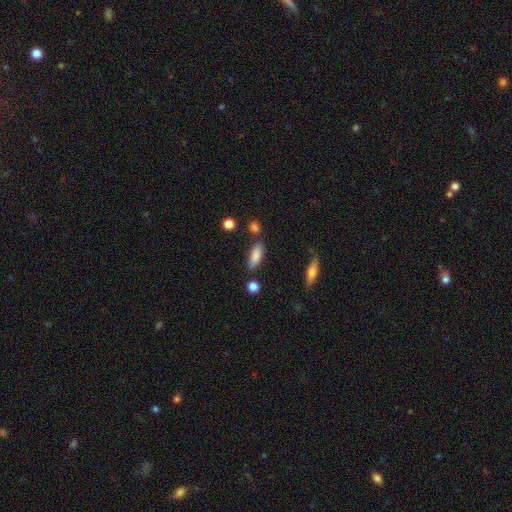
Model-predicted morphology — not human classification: A smooth galaxy with no disk features (81%) that is in between round and cigar-shaped (65%).

Vote fractions:
- Smooth or featured? smooth: 81% / featured or disk: 12% / star or artifact: 7%
- How rounded? in between: 65% / cigar-shaped: 32% / round: 3%
- Merging? none: 76% / minor disturbance: 14% / merger: 6% / major disturbance: 3%